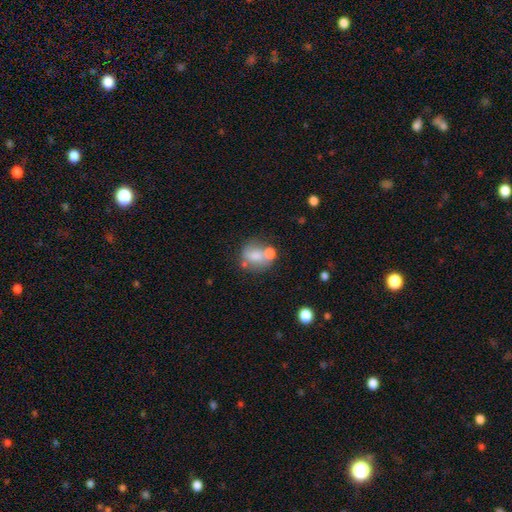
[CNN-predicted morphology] Smooth or featured: smooth — 65% (featured or disk — 25%)
How rounded: round — 63% (in between — 35%)
Merging: none — 41% (merger — 33%)